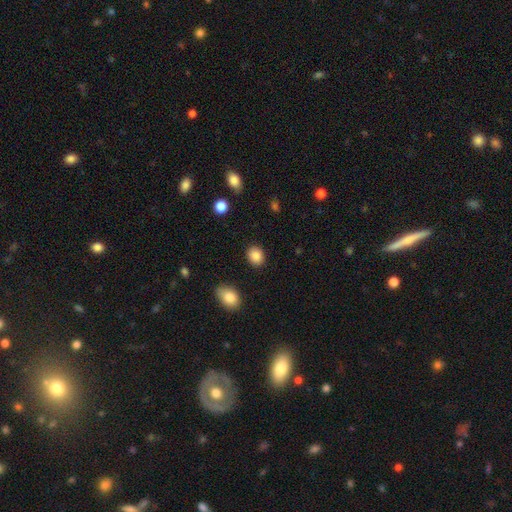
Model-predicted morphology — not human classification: Q: Smooth or featured?
A: smooth (88%); runner-up: star or artifact (8%)
Q: How rounded?
A: round (52%); runner-up: in between (47%)
Q: Merging?
A: none (88%); runner-up: minor disturbance (8%)